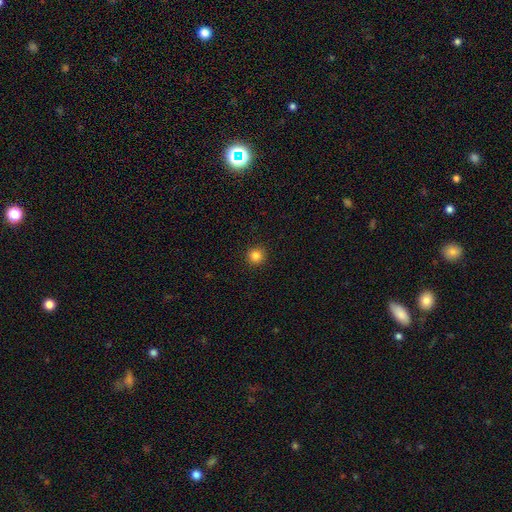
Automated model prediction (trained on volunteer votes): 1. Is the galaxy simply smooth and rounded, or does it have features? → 85% smooth, 12% star or artifact, 4% featured or disk.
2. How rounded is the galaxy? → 95% round, 4% in between, 1% cigar-shaped.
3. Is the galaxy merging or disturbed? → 93% none, 5% minor disturbance, 2% major disturbance, 1% merger.